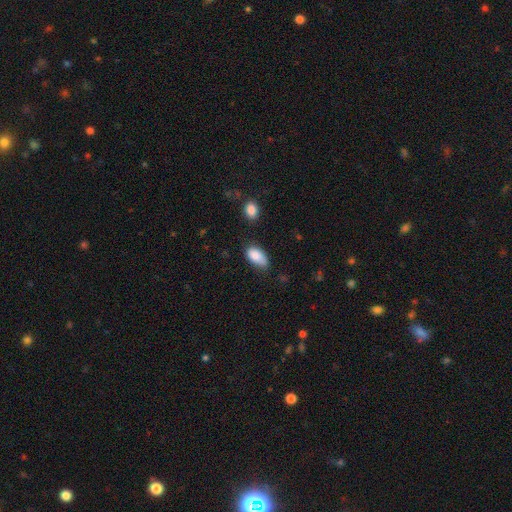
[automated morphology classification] Smooth or featured: smooth — 85% (star or artifact — 8%)
How rounded: in between — 93% (round — 4%)
Merging: none — 55% (minor disturbance — 33%)